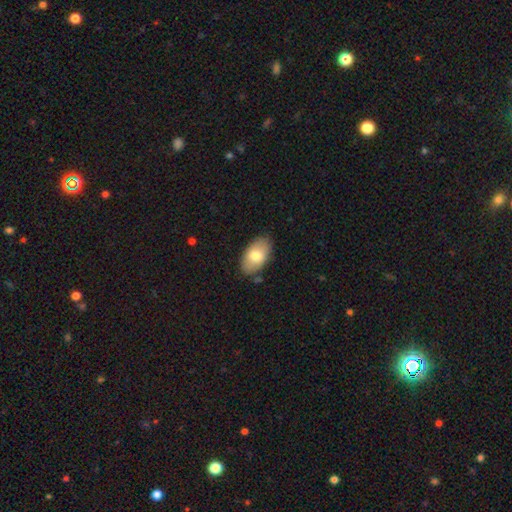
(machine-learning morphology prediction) Smooth or featured? Predicted: smooth (p=0.76). How rounded? Predicted: in between (p=0.94). Merging? Predicted: none (p=0.81).